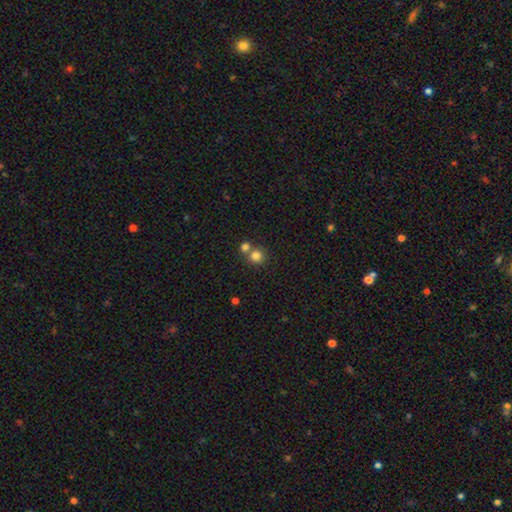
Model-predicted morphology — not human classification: Q: Smooth or featured?
A: smooth (80%); runner-up: star or artifact (12%)
Q: How rounded?
A: round (90%); runner-up: in between (9%)
Q: Merging?
A: none (54%); runner-up: merger (37%)